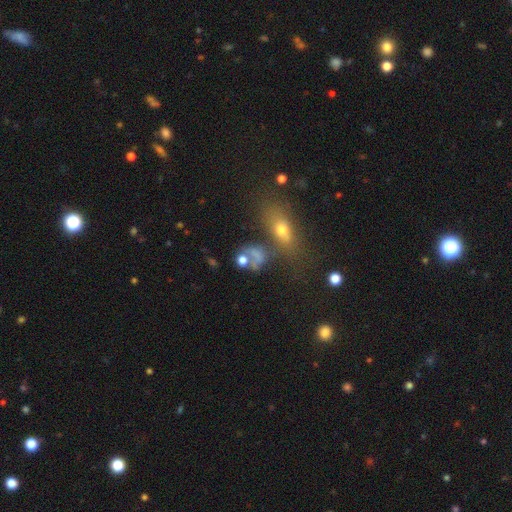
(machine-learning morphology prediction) Q: Smooth or featured?
A: smooth (57%); runner-up: featured or disk (23%)
Q: How rounded?
A: round (50%); runner-up: in between (46%)
Q: Merging?
A: none (34%); runner-up: merger (30%)